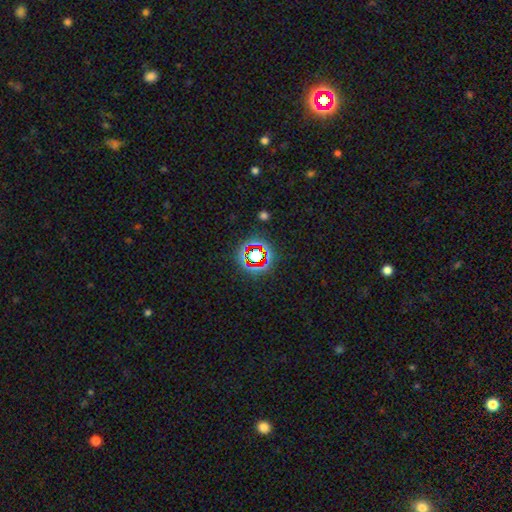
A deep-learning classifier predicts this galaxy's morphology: A star or artifact, not a galaxy (69%).